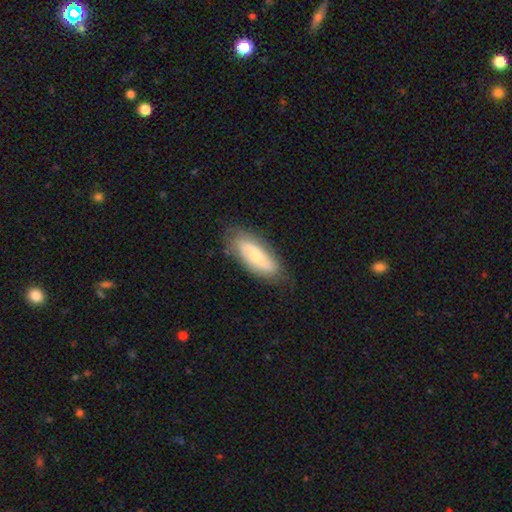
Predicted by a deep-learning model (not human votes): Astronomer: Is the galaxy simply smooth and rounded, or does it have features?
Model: featured or disk — 52% (runner-up: smooth, 42%).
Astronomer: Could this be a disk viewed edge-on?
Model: no — 85%.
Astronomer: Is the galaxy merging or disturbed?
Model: none — 77%.